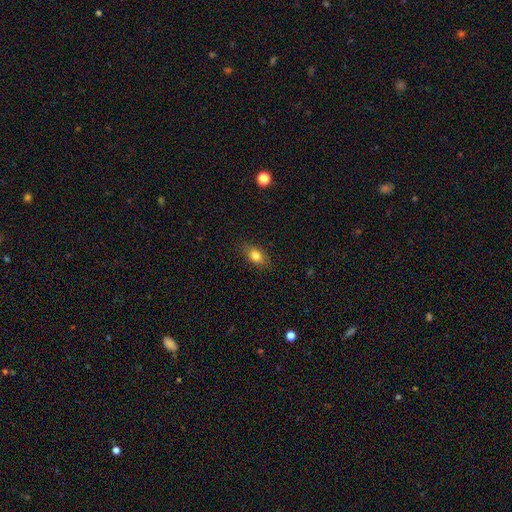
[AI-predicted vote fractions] A smooth galaxy with no disk features (81%) that is in between round and cigar-shaped (81%). Merging: none (85%).